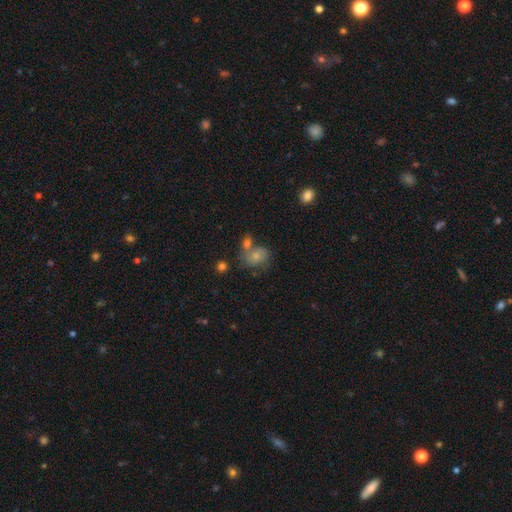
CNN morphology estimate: Smooth or featured? smooth (69%)
How rounded? in between (50%)
Merging? none (38%)